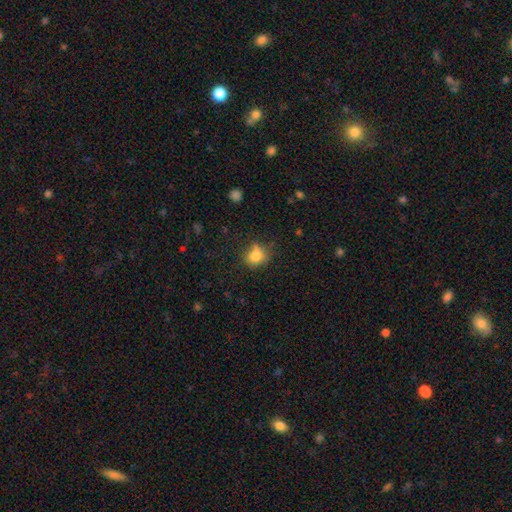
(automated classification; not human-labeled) Overall: smooth (79%). How rounded: round (66%; in between 33%). Merging: none (60%; minor disturbance 25%).